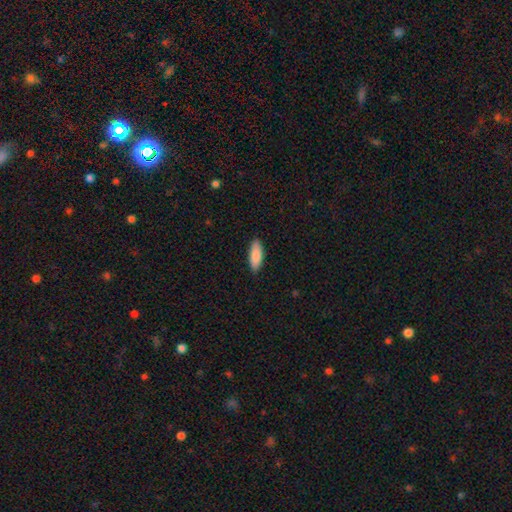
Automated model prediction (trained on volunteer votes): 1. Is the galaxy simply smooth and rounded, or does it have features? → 88% smooth, 7% featured or disk, 6% star or artifact.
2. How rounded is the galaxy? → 69% in between, 29% cigar-shaped, 2% round.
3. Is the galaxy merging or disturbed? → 88% none, 9% minor disturbance, 2% major disturbance, 1% merger.